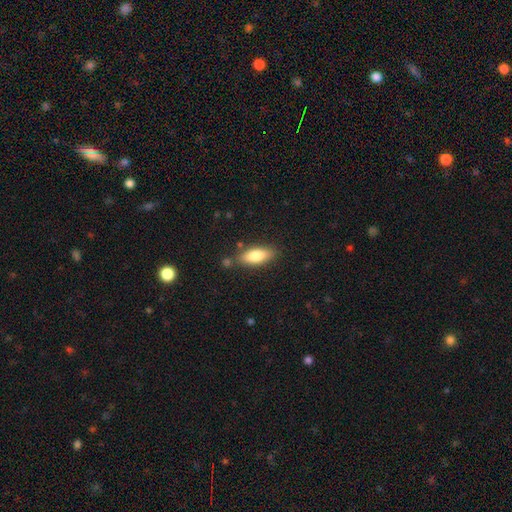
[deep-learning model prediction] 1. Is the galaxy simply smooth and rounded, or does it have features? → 79% smooth, 15% featured or disk, 6% star or artifact.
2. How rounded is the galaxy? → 74% in between, 24% cigar-shaped, 2% round.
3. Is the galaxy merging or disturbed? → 78% none, 14% minor disturbance, 5% merger, 3% major disturbance.